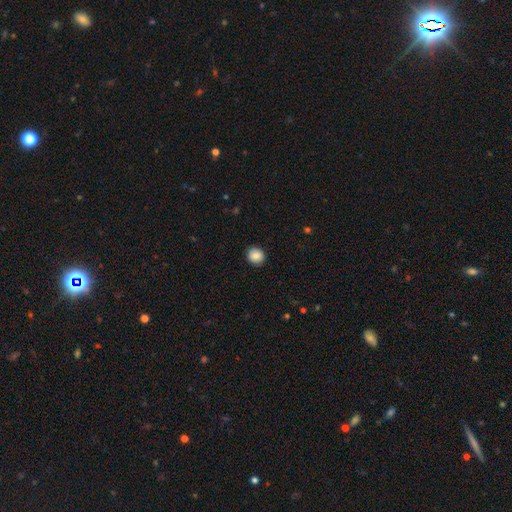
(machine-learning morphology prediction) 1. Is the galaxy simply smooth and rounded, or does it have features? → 85% smooth, 8% star or artifact, 6% featured or disk.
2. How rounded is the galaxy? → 88% round, 11% in between, 1% cigar-shaped.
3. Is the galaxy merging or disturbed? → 91% none, 6% minor disturbance, 2% major disturbance, 1% merger.